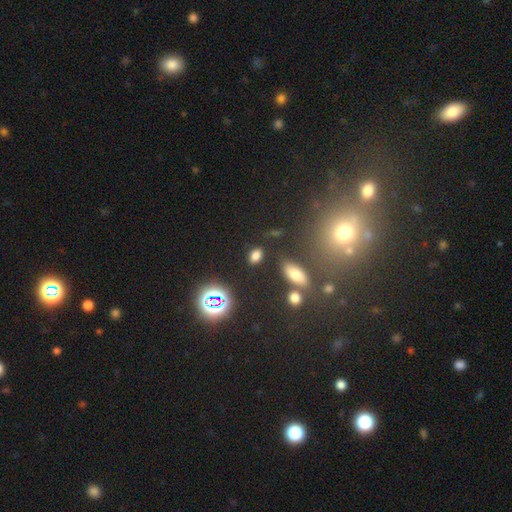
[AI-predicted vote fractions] The model was most divided on "smooth or featured": smooth: 72%, star or artifact: 21%, featured or disk: 7%. More confident: merging — none (80%); how rounded — in between (79%).